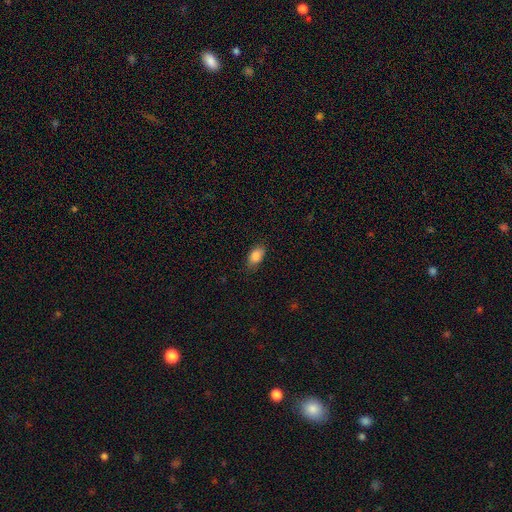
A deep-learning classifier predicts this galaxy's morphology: A smooth galaxy with no disk features (87%) that is in between round and cigar-shaped (91%).

Vote fractions:
- Smooth or featured? smooth: 87% / star or artifact: 8% / featured or disk: 5%
- How rounded? in between: 91% / round: 6% / cigar-shaped: 3%
- Merging? none: 81% / minor disturbance: 15% / major disturbance: 3% / merger: 1%